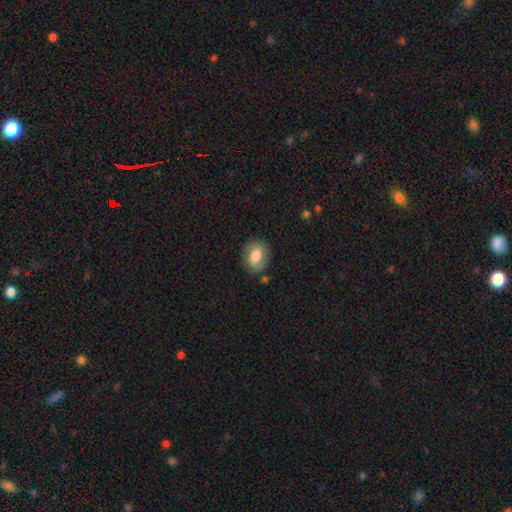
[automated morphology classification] Smooth or featured: smooth — 72% (featured or disk — 21%)
How rounded: in between — 65% (round — 33%)
Merging: none — 79% (minor disturbance — 15%)